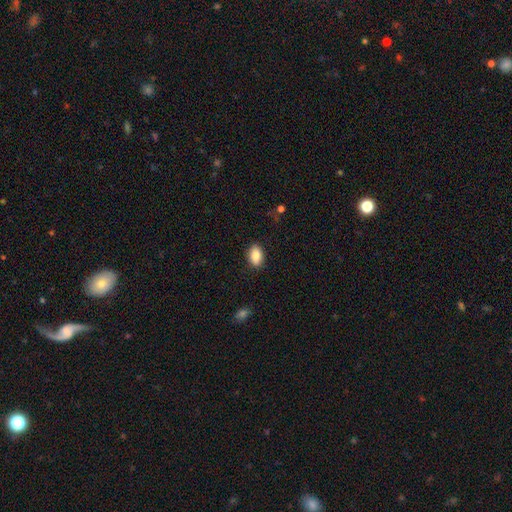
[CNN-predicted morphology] smooth_or_featured: smooth (p=0.85) [alt: star or artifact p=0.08]
how_rounded: in between (p=0.88) [alt: round p=0.10]
merging: none (p=0.87) [alt: minor disturbance p=0.10]